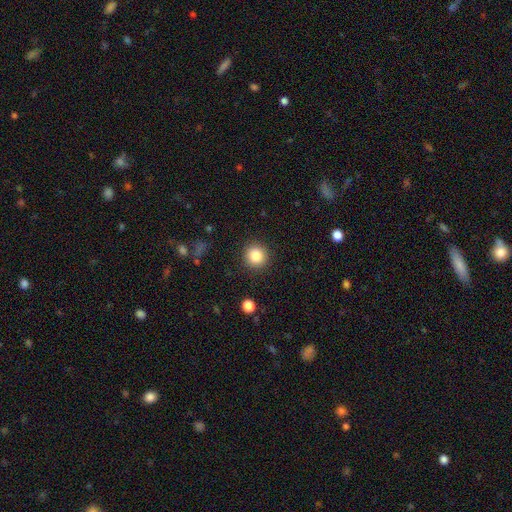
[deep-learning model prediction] Morphology: type=smooth (84%); roundness=round (93%); merging=none (90%).